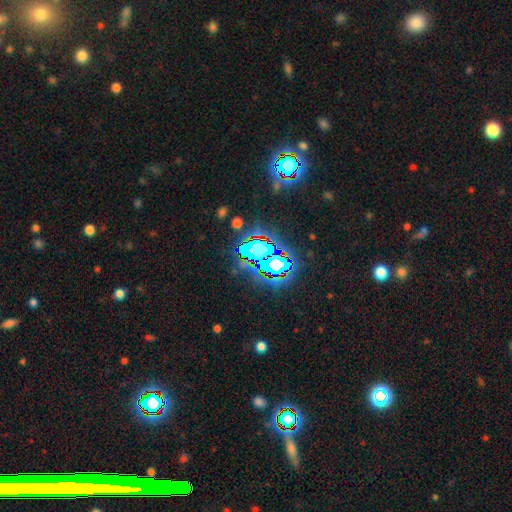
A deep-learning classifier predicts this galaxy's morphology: Overall: star or artifact (77%).